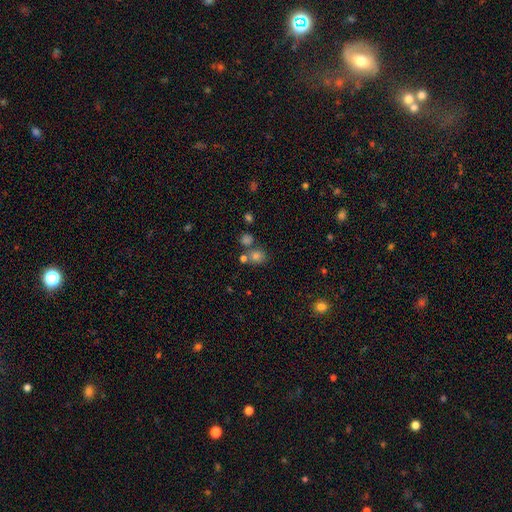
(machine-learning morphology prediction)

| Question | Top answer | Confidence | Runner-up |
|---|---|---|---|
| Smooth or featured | smooth | 67% | star or artifact (24%) |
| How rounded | round | 77% | in between (21%) |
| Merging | none | 65% | merger (22%) |